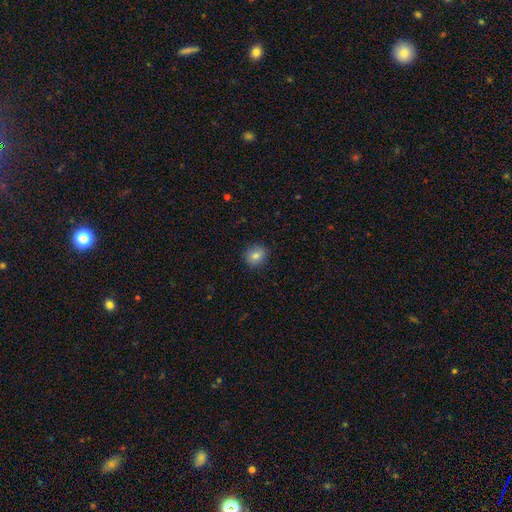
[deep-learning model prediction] smooth_or_featured: smooth (p=0.82) [alt: star or artifact p=0.10]
how_rounded: round (p=0.77) [alt: in between p=0.22]
merging: none (p=0.88) [alt: minor disturbance p=0.09]